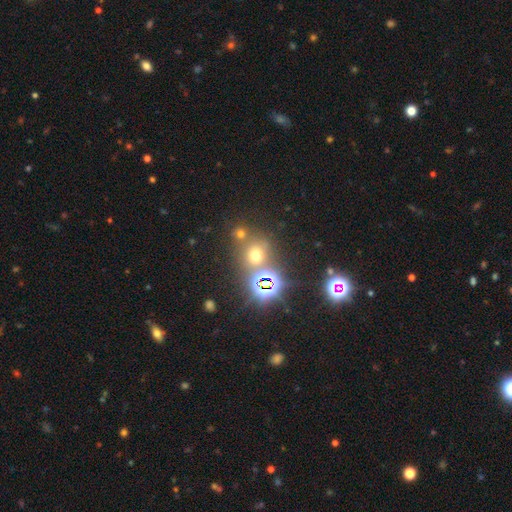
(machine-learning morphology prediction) Smooth or featured? smooth (50%)
Merging? none (68%)